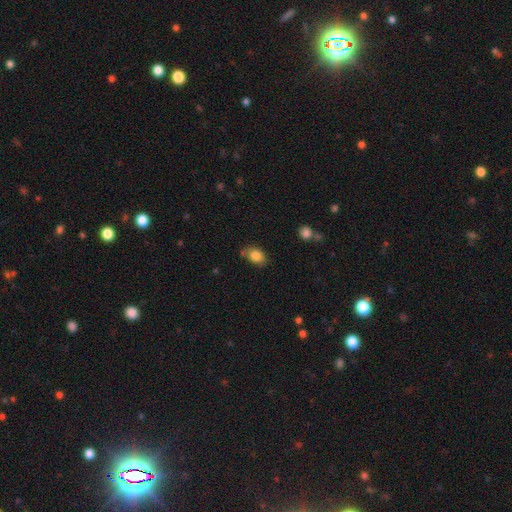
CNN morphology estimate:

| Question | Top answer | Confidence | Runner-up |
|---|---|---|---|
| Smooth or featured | smooth | 84% | star or artifact (8%) |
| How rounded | in between | 79% | round (19%) |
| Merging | none | 68% | minor disturbance (23%) |